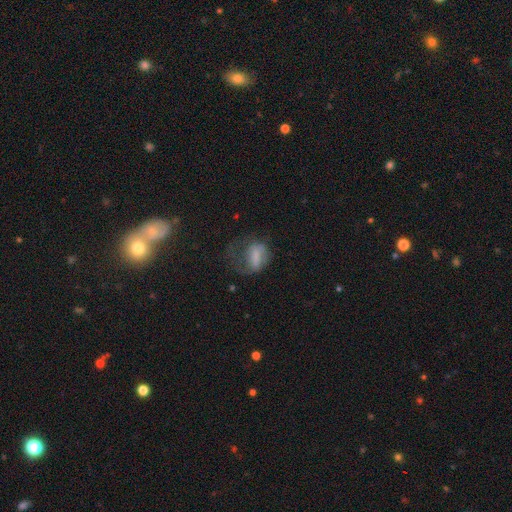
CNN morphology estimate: The model was most divided on "smooth or featured": smooth: 56%, featured or disk: 33%, star or artifact: 11%. More confident: how rounded — in between (71%); merging — major disturbance (51%).